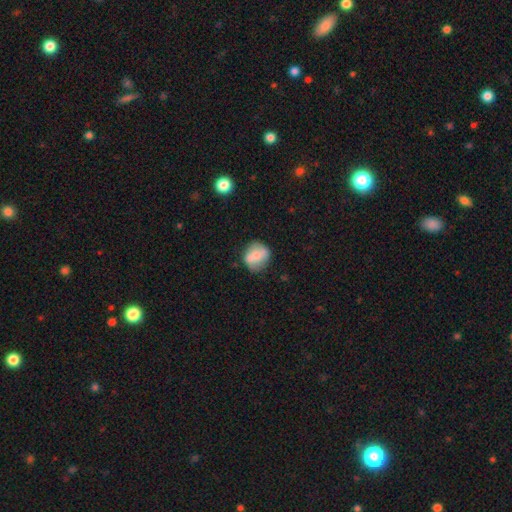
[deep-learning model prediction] Smooth or featured? smooth (60%)
How rounded? round (72%)
Merging? none (51%)